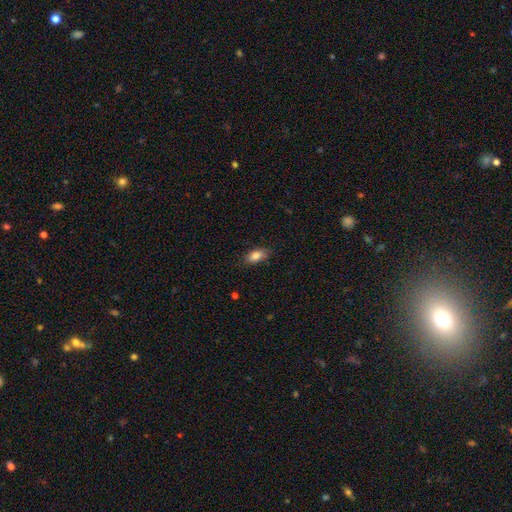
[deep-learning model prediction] Overall: smooth (82%). How rounded: in between (87%). Merging: none (81%).